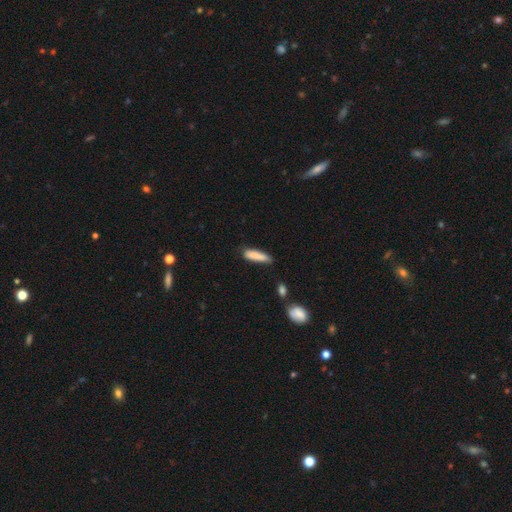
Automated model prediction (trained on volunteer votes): A smooth galaxy with no disk features (84%) that is cigar-shaped (76%).

Vote fractions:
- Smooth or featured? smooth: 84% / featured or disk: 9% / star or artifact: 7%
- How rounded? cigar-shaped: 76% / in between: 23% / round: 1%
- Merging? none: 68% / minor disturbance: 24% / major disturbance: 5% / merger: 3%